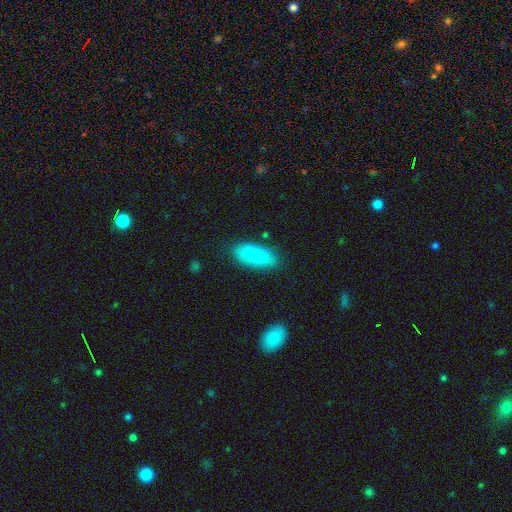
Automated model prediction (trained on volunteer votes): Smooth or featured? Predicted: smooth (p=0.84). How rounded? Predicted: in between (p=0.83). Merging? Predicted: none (p=0.80).